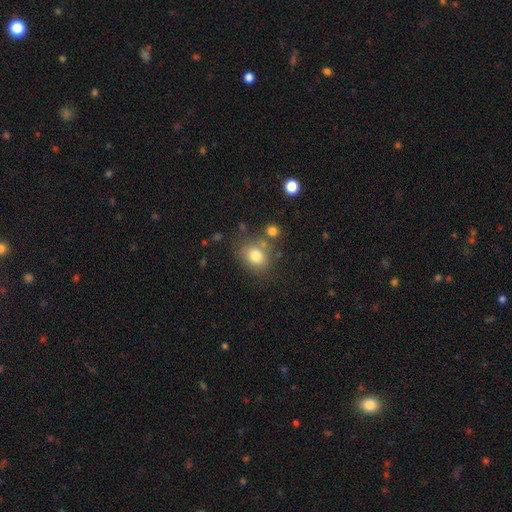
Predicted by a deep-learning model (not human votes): Overall: smooth (78%). How rounded: round (58%; in between 41%). Merging: none (68%).